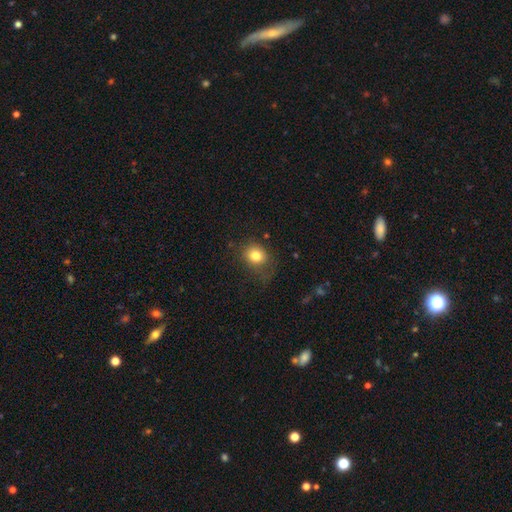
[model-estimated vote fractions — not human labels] Smooth or featured?
  - smooth: 80% *
  - star or artifact: 11%
  - featured or disk: 9%
How rounded?
  - round: 66% *
  - in between: 33%
  - cigar-shaped: 1%
Merging?
  - none: 65% *
  - minor disturbance: 22%
  - major disturbance: 11%
  - merger: 2%